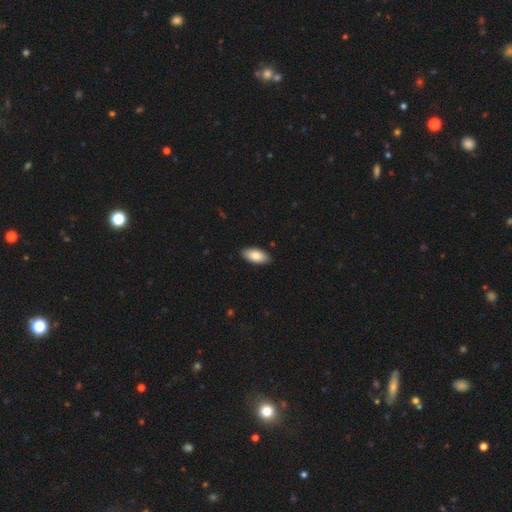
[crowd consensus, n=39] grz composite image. It shows a smooth galaxy with no disk features (85%) that is in between round and cigar-shaped (97%). Merging: none (94%).